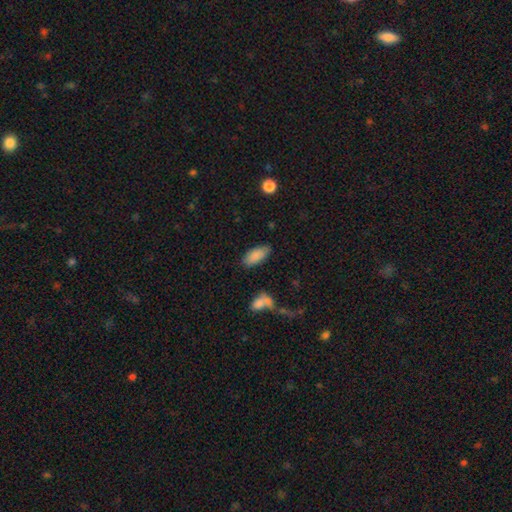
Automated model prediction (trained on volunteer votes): Smooth or featured? smooth (87%)
How rounded? in between (88%)
Merging? none (80%)